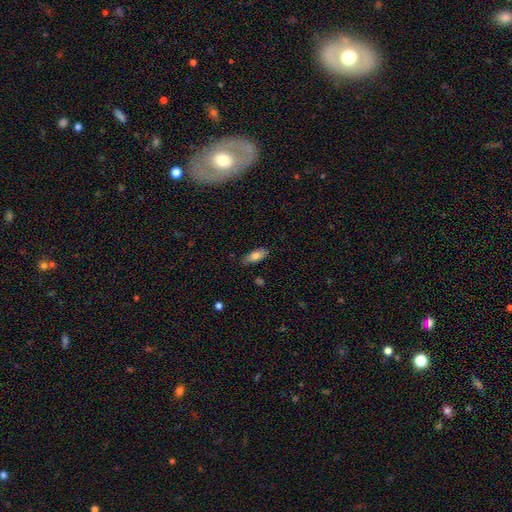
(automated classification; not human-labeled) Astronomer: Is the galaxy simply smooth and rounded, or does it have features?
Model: smooth — 76%.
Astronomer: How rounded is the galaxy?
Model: in between — 79%.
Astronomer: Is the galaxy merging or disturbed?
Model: none — 84%.